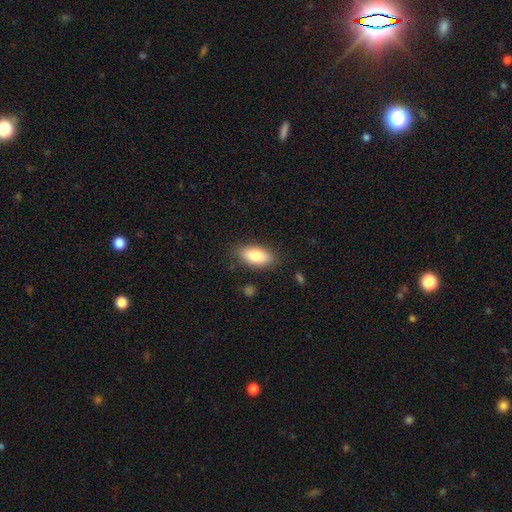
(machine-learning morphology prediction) Smooth or featured: smooth — 85% (featured or disk — 9%)
How rounded: in between — 89% (cigar-shaped — 9%)
Merging: none — 83% (minor disturbance — 12%)